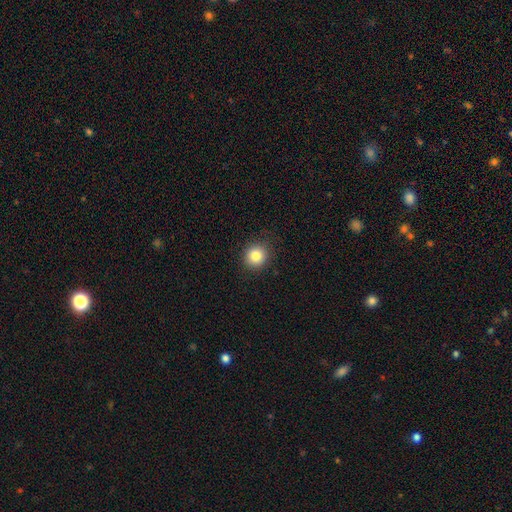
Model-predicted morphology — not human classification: This is clearly a smooth galaxy (84%). How rounded: clearly round (90%). Merging: clearly none (89%).